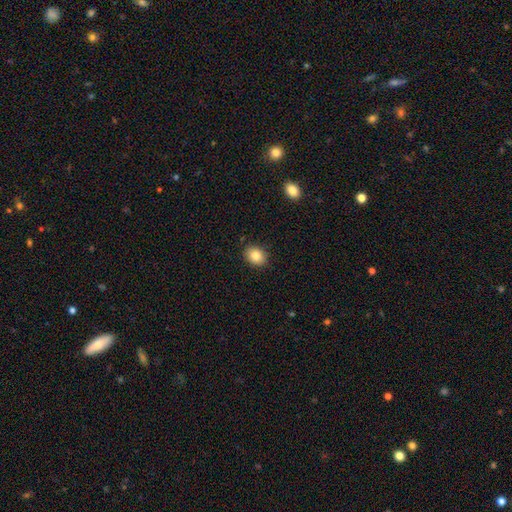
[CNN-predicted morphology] smooth 84%, star or artifact 9%, featured or disk 7%. Down the decision tree: how rounded — in between (52%); merging — none (89%).